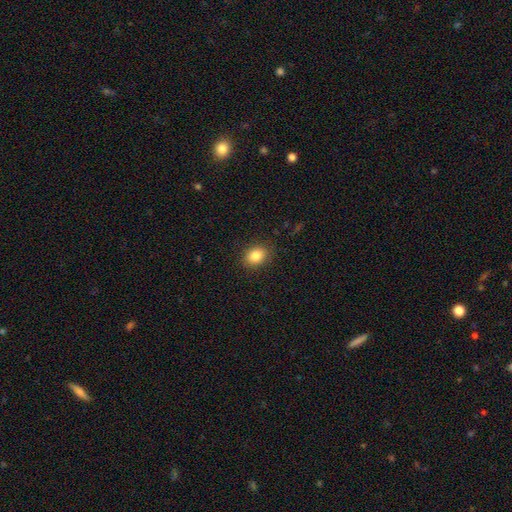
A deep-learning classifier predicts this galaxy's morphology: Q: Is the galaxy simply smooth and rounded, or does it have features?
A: smooth — 85%.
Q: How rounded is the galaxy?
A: in between — 60%.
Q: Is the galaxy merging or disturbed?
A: none — 87%.